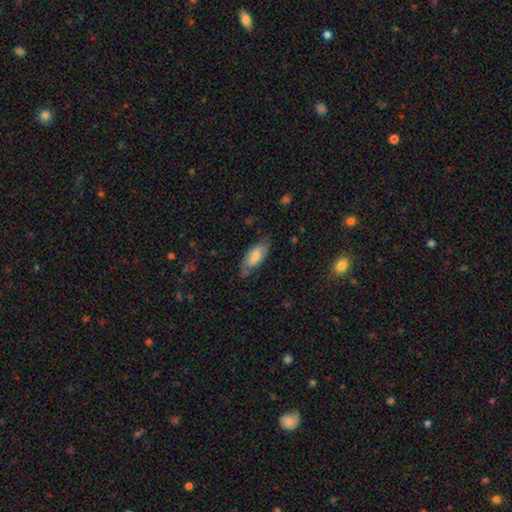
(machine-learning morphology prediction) smooth_or_featured: smooth (p=0.67) [alt: featured or disk p=0.26]
how_rounded: in between (p=0.84) [alt: cigar-shaped p=0.14]
merging: none (p=0.66) [alt: minor disturbance p=0.25]